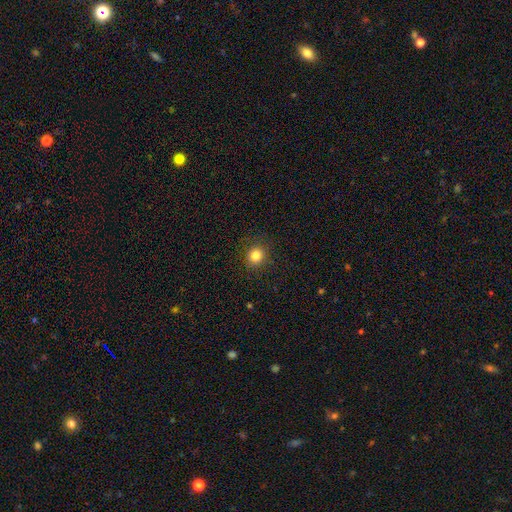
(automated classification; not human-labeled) Overall: smooth (82%). How rounded: round (91%). Merging: none (89%).